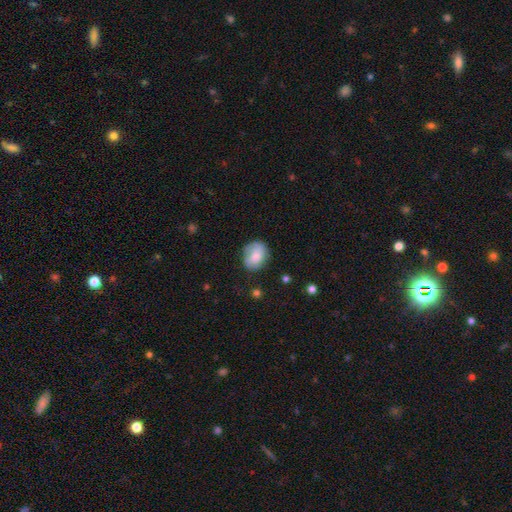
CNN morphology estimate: This is likely a smooth galaxy (76%). How rounded: possibly in between (53%). Merging: likely none (69%).